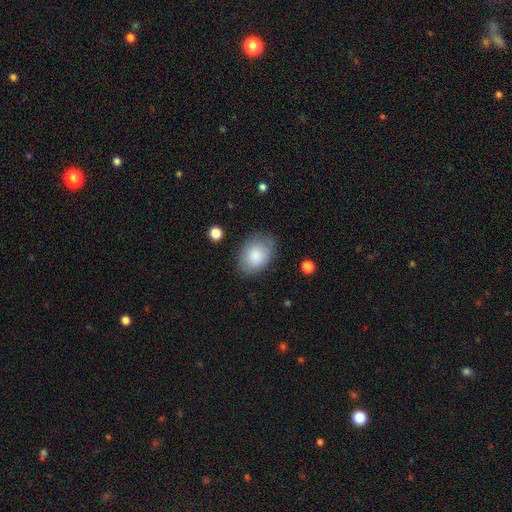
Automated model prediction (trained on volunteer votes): Smooth or featured? smooth (86%)
How rounded? in between (82%)
Merging? none (77%)